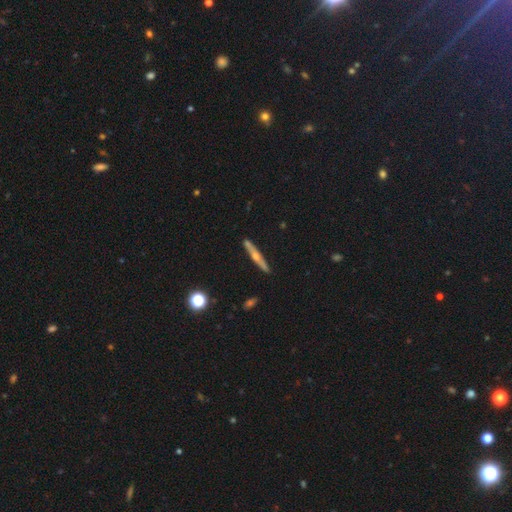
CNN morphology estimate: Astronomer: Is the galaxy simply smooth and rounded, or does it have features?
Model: featured or disk — 54% (runner-up: smooth, 30%).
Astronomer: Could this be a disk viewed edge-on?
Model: yes — 91%.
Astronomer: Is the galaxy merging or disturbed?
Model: none — 81%.